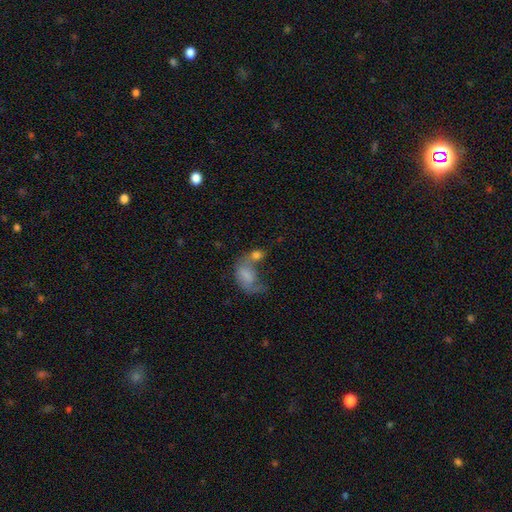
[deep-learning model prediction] Smooth or featured? Predicted: smooth (p=0.63). How rounded? Predicted: in between (p=0.77). Merging? Predicted: merger (p=0.54).